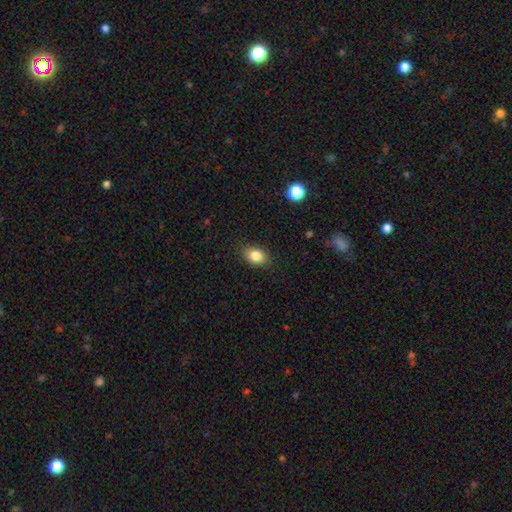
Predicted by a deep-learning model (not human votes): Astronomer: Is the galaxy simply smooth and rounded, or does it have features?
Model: smooth — 83%.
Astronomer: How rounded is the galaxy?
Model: in between — 75%.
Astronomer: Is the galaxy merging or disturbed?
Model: none — 85%.